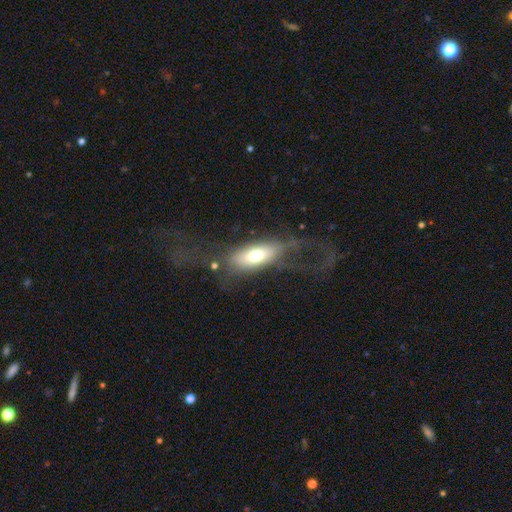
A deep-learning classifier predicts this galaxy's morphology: type=smooth (63%); roundness=in between (78%); merging=none (49%).